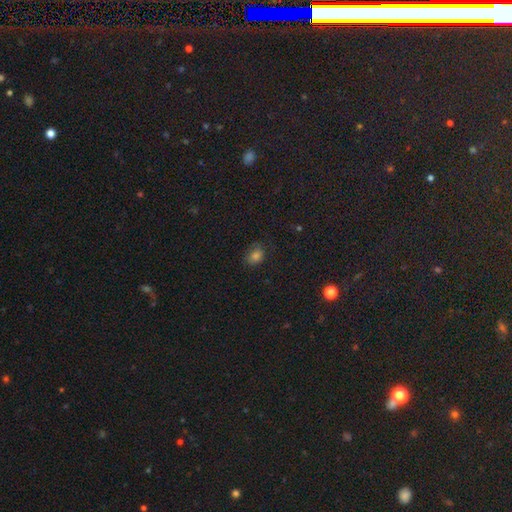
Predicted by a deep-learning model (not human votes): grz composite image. It shows a smooth galaxy with no disk features (73%) that is in between round and cigar-shaped (60%). Merging: none (68%).